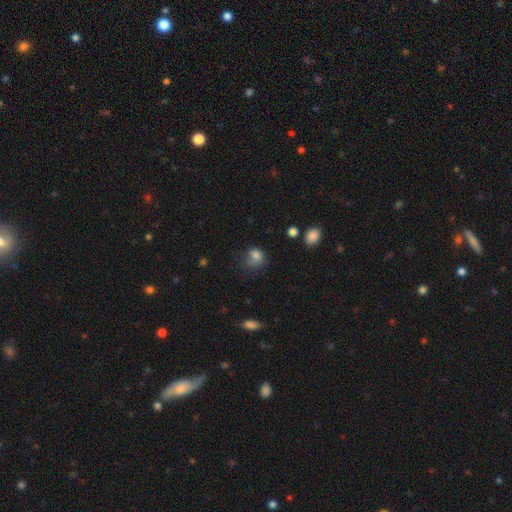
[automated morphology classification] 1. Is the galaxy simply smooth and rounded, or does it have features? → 79% smooth, 12% star or artifact, 9% featured or disk.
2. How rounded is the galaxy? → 63% round, 36% in between, 1% cigar-shaped.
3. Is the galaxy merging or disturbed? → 43% none, 30% minor disturbance, 22% major disturbance, 6% merger.